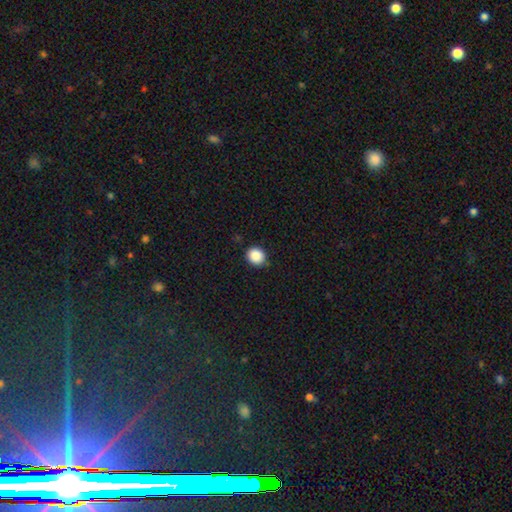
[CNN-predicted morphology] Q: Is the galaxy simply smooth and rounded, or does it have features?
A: smooth — 88%.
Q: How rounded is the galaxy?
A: round — 77%.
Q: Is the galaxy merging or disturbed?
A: none — 86%.